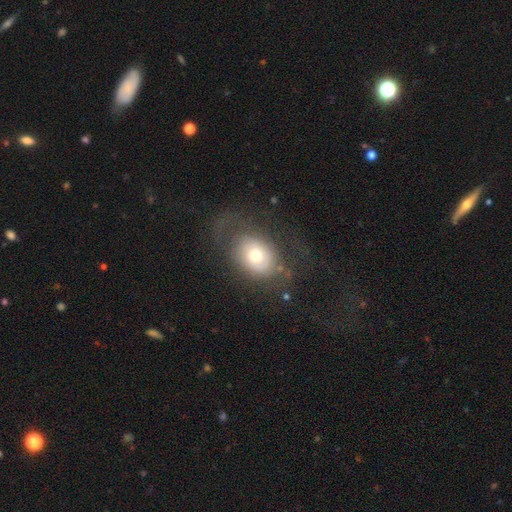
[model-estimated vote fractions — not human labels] This is possibly a smooth galaxy (52%). How rounded: likely in between (64%). Merging: possibly none (52%).